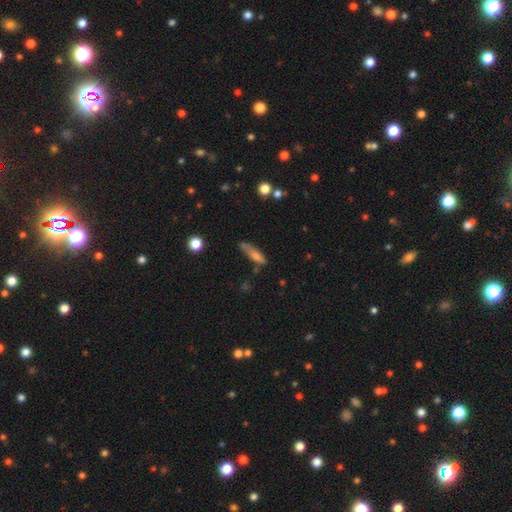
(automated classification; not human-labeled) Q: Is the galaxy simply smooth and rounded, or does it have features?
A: smooth — 67%.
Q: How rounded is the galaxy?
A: cigar-shaped — 73%.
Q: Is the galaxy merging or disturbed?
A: none — 52%.